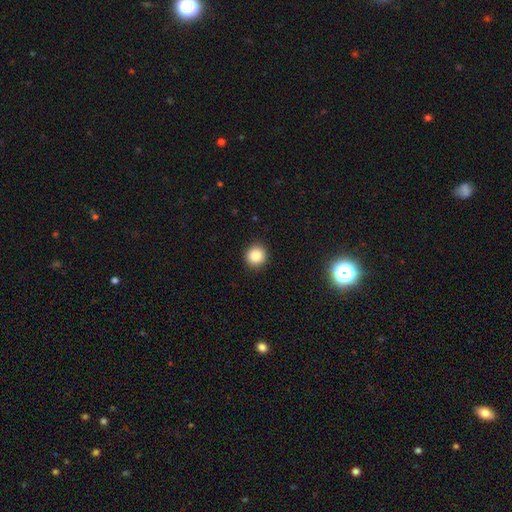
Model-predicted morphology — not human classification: Smooth or featured? Predicted: smooth (p=0.85). How rounded? Predicted: round (p=0.92). Merging? Predicted: none (p=0.92).